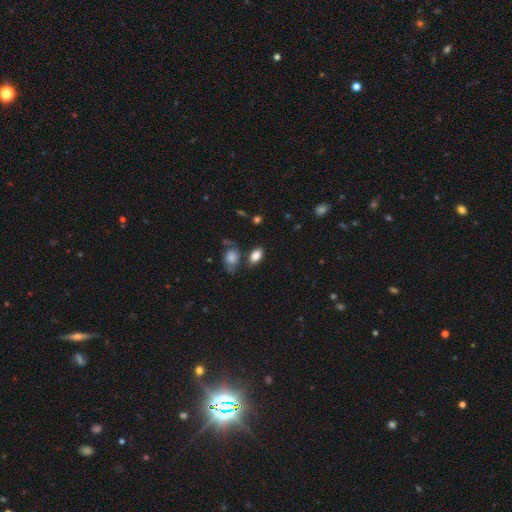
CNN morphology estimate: smooth 84%, star or artifact 8%, featured or disk 8%. Down the decision tree: how rounded — in between (90%); merging — none (73%).